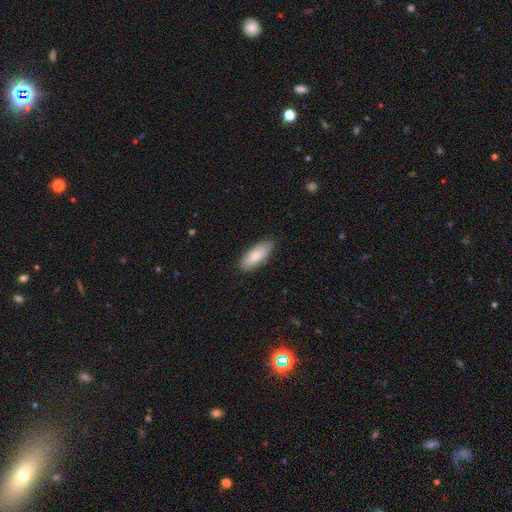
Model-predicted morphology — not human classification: type=smooth (80%); roundness=in between (78%); merging=none (80%).